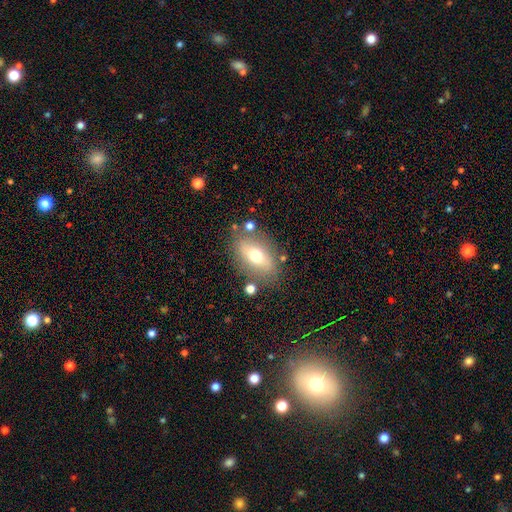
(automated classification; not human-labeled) Smooth or featured: smooth — 59% (featured or disk — 32%)
How rounded: in between — 82% (round — 12%)
Merging: none — 76% (minor disturbance — 14%)